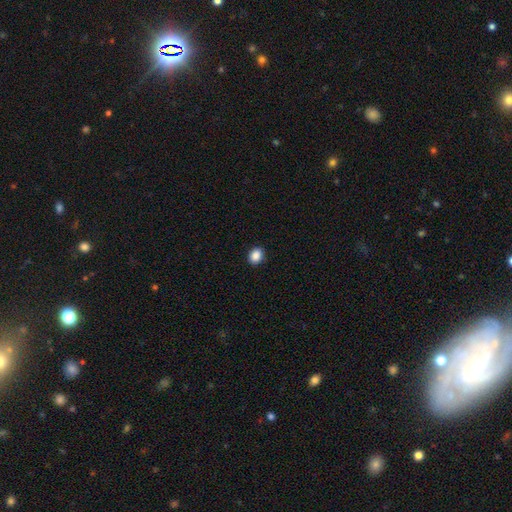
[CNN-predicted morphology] smooth_or_featured: smooth (p=0.88) [alt: star or artifact p=0.09]
how_rounded: round (p=0.51) [alt: in between p=0.48]
merging: none (p=0.91) [alt: minor disturbance p=0.06]